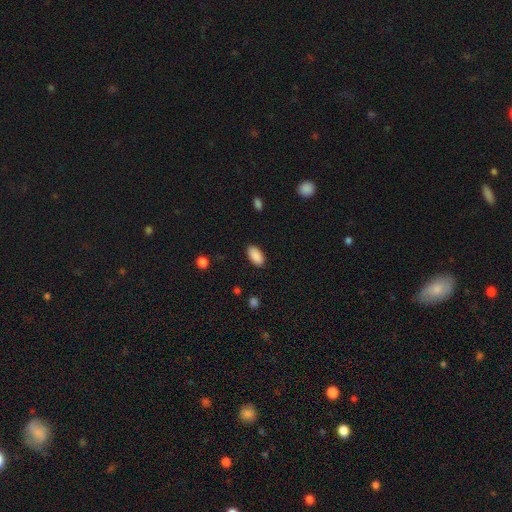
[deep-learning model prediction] This is clearly a smooth galaxy (90%). How rounded: clearly in between (94%). Merging: clearly none (88%).